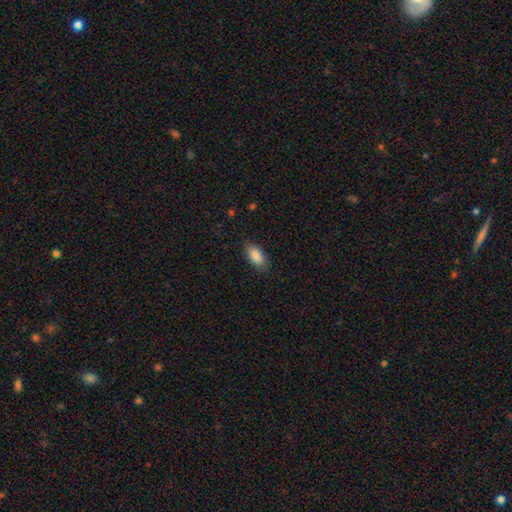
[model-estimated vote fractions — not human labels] A smooth galaxy with no disk features (89%) that is in between round and cigar-shaped (91%).

Vote fractions:
- Smooth or featured? smooth: 89% / star or artifact: 6% / featured or disk: 4%
- How rounded? in between: 91% / cigar-shaped: 7% / round: 3%
- Merging? none: 86% / minor disturbance: 11% / major disturbance: 3% / merger: 1%